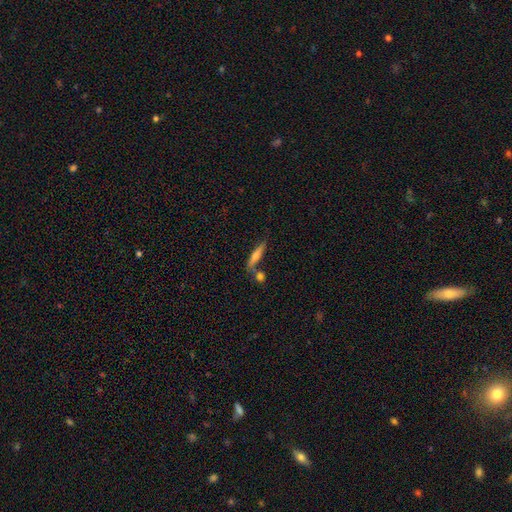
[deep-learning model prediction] smooth_or_featured: smooth (p=0.55) [alt: featured or disk p=0.38]
how_rounded: cigar-shaped (p=0.84) [alt: in between p=0.14]
merging: none (p=0.69) [alt: merger p=0.16]